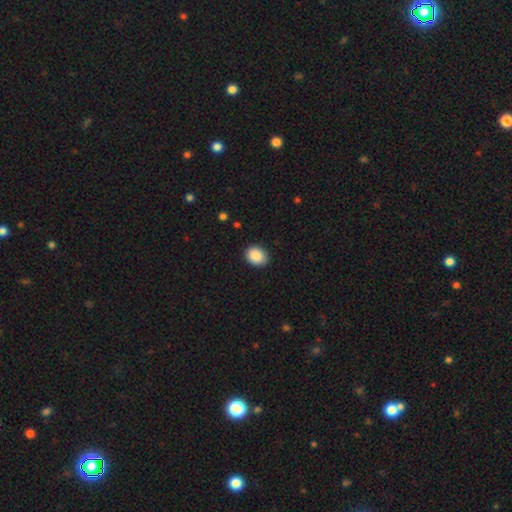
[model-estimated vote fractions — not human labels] Morphology: type=smooth (90%); roundness=in between (55%); merging=none (87%).